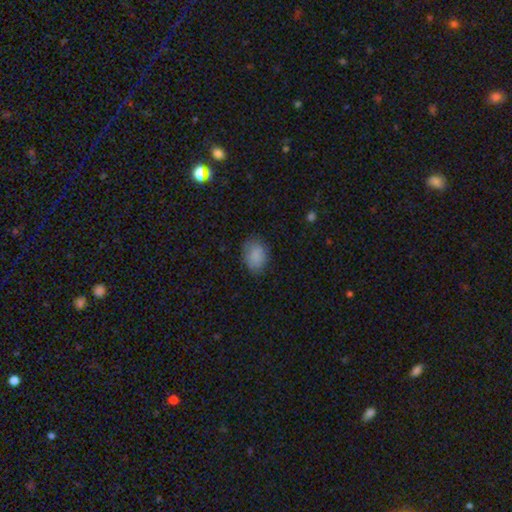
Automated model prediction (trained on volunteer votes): Smooth or featured?
  - smooth: 86% *
  - star or artifact: 8%
  - featured or disk: 6%
How rounded?
  - in between: 69% *
  - round: 30%
  - cigar-shaped: 1%
Merging?
  - none: 74% *
  - minor disturbance: 20%
  - major disturbance: 5%
  - merger: 1%